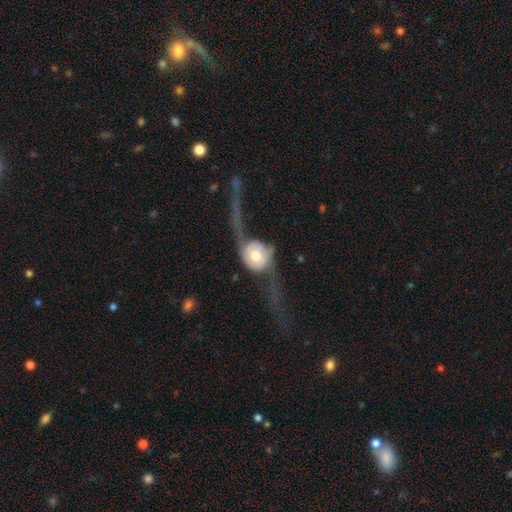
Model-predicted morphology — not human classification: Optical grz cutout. It shows a featured or disk galaxy (71%) with no bar (79%), spiral arms (65%) and a moderate central bulge (63%). Merging: major disturbance (50%).